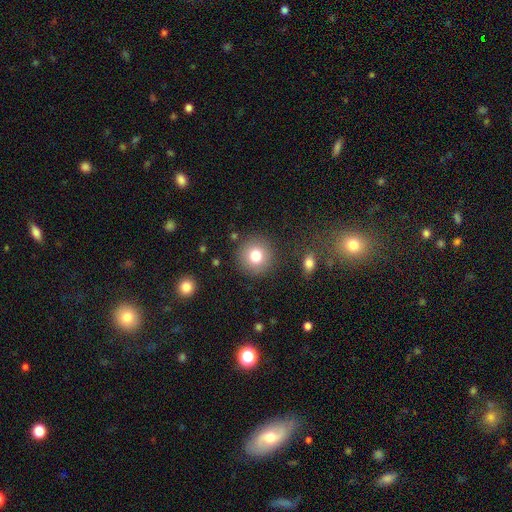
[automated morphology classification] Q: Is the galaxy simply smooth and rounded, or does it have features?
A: smooth — 78%.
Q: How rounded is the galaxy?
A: round — 93%.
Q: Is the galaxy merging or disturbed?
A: none — 87%.